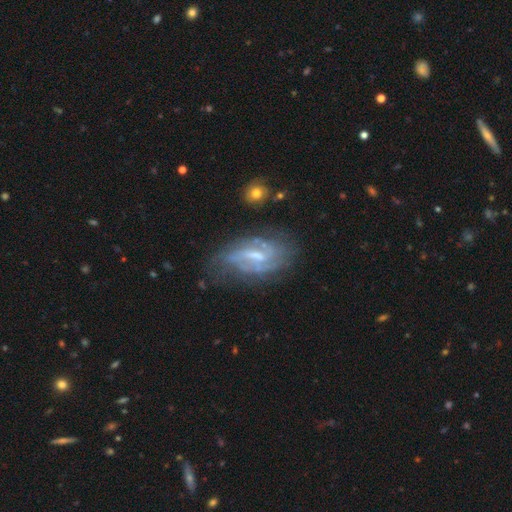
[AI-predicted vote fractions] Smooth or featured?
  - featured or disk: 79% *
  - smooth: 13%
  - star or artifact: 8%
Edge-on disk?
  - no: 93% *
  - yes: 7%
Bar?
  - weak: 53% *
  - strong: 26%
  - no: 21%
Spiral arms?
  - yes: 85% *
  - no: 15%
Spiral winding?
  - medium: 41% *
  - tight: 38%
  - loose: 21%
Spiral arm count?
  - 2: 43% *
  - can't tell: 34%
  - 3: 11%
  - 1: 5%
  - 4: 4%
  - more than 4: 3%
Bulge size?
  - small: 45% *
  - moderate: 35%
  - none: 17%
  - large: 3%
  - dominant: 1%
Merging?
  - none: 57% *
  - minor disturbance: 25%
  - major disturbance: 14%
  - merger: 4%